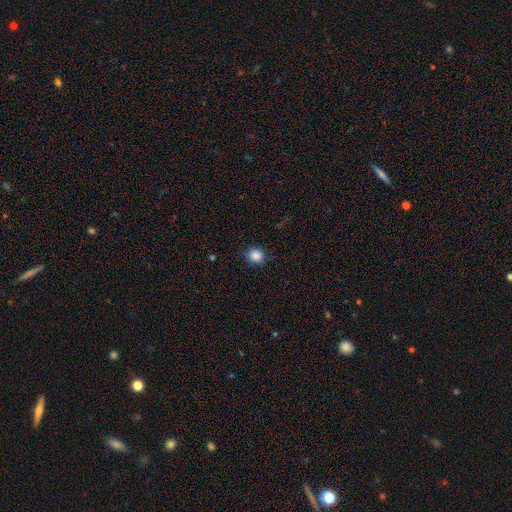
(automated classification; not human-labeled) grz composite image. It shows a smooth galaxy with no disk features (87%) that is round (83%). Merging: none (86%).